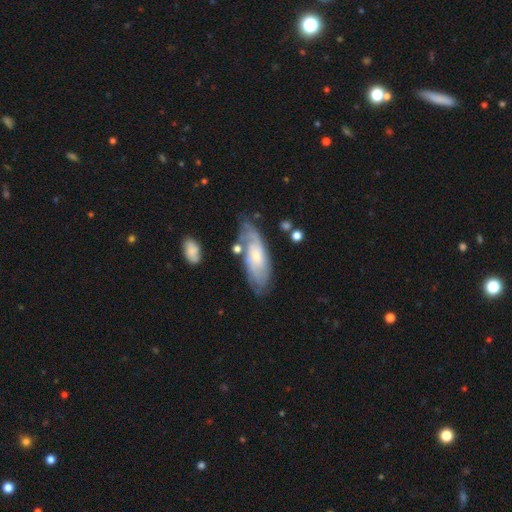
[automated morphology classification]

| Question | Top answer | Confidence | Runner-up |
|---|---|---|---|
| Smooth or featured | featured or disk | 68% | smooth (26%) |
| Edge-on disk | no | 86% | yes (14%) |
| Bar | no | 71% | weak (25%) |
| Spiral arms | yes | 88% | no (12%) |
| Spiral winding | tight | 63% | medium (28%) |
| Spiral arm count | can't tell | 55% | 2 (22%) |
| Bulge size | small | 68% | moderate (26%) |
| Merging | none | 69% | minor disturbance (19%) |